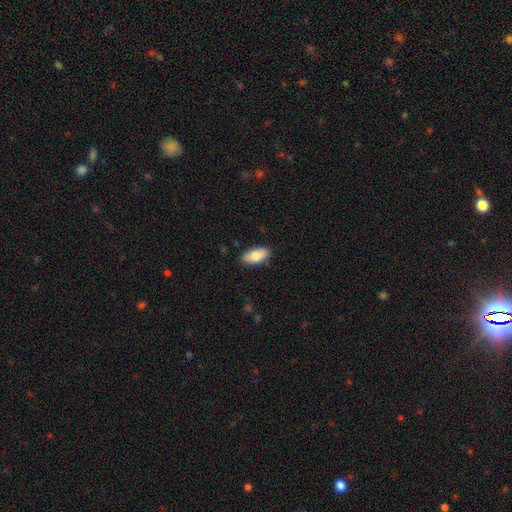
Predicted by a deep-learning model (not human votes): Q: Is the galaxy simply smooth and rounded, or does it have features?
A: smooth — 80%.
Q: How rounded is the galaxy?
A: in between — 92%.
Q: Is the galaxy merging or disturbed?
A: none — 86%.